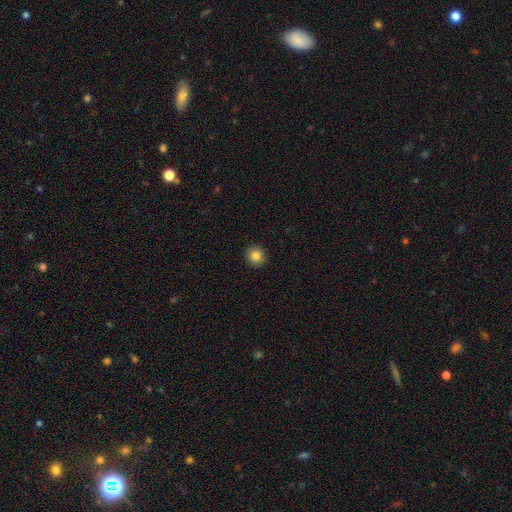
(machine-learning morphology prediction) This appears to be a smooth galaxy with no disk features (84%) that is round (91%). Merging: none (92%).